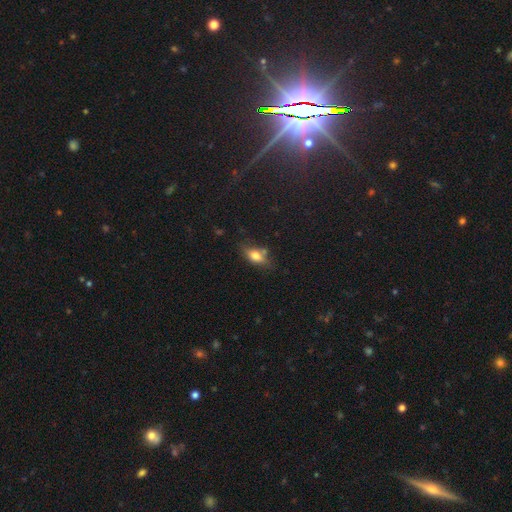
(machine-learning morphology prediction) Smooth or featured?
  - smooth: 66% *
  - featured or disk: 23%
  - star or artifact: 11%
How rounded?
  - in between: 77% *
  - cigar-shaped: 13%
  - round: 10%
Merging?
  - none: 61% *
  - minor disturbance: 23%
  - merger: 8%
  - major disturbance: 8%